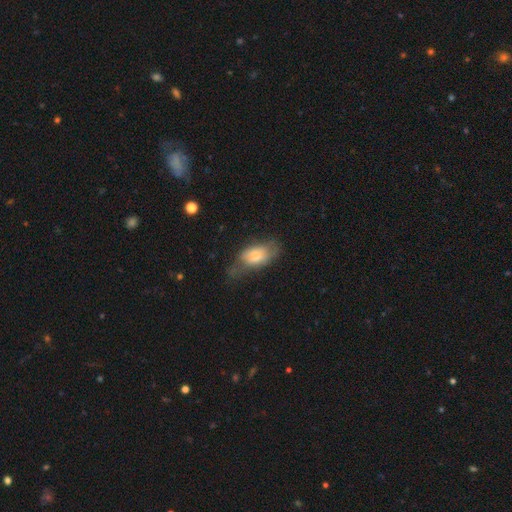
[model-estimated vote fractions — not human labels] This is likely a smooth galaxy (67%). How rounded: clearly in between (89%). Merging: marginally none (39%).